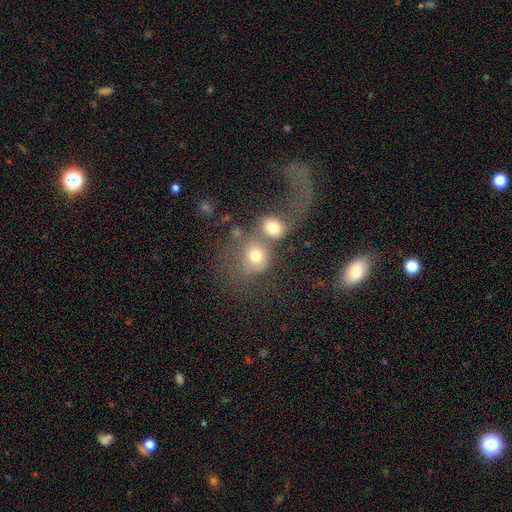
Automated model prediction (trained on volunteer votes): smooth 64%, featured or disk 23%, star or artifact 12%. Down the decision tree: how rounded — round (68%); merging — merger (60%).